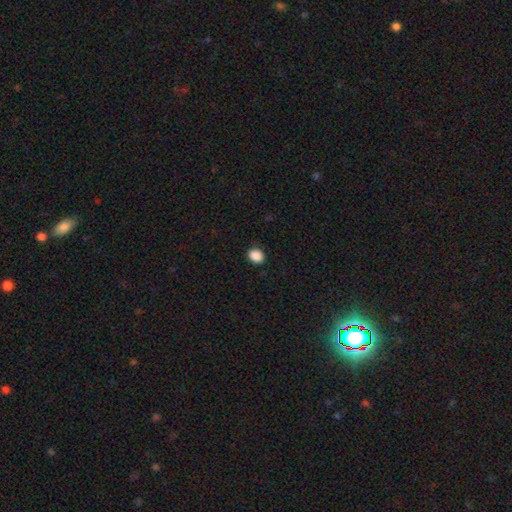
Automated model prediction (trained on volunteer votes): smooth-or-featured: smooth: 89% | star or artifact: 9% | featured or disk: 2%
  how-rounded: round: 53% | in between: 46% | cigar-shaped: 1%
  merging: none: 89% | minor disturbance: 8% | major disturbance: 2% | merger: 1%